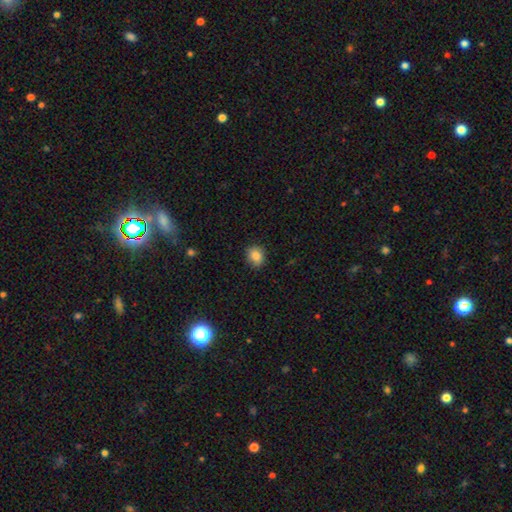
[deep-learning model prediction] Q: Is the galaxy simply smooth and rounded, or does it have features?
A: smooth — 85%.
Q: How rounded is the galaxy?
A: round — 64%.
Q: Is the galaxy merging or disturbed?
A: none — 85%.